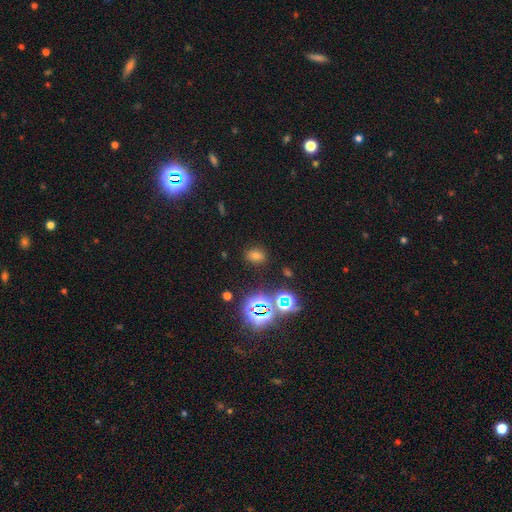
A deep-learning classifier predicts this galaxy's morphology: smooth-or-featured: smooth: 62% | star or artifact: 30% | featured or disk: 8%
  how-rounded: in between: 53% | round: 46% | cigar-shaped: 1%
  merging: none: 85% | minor disturbance: 9% | major disturbance: 3% | merger: 2%